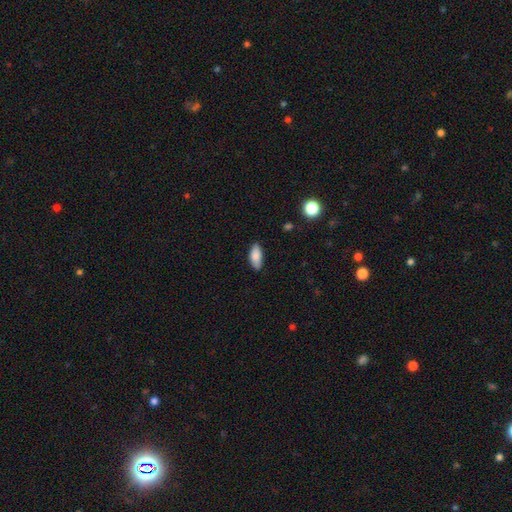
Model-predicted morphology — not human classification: Q: Smooth or featured?
A: smooth (85%); runner-up: featured or disk (8%)
Q: How rounded?
A: in between (84%); runner-up: cigar-shaped (14%)
Q: Merging?
A: none (81%); runner-up: minor disturbance (15%)